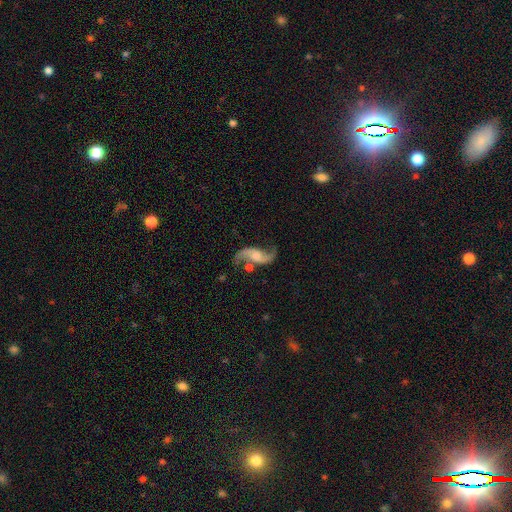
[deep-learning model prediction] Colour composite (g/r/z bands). It shows a featured or disk galaxy (88%) with no bar (51%), 2 (93%) loose (82%) spiral arms (96%) and a moderate central bulge (32%). Merging: none (64%).